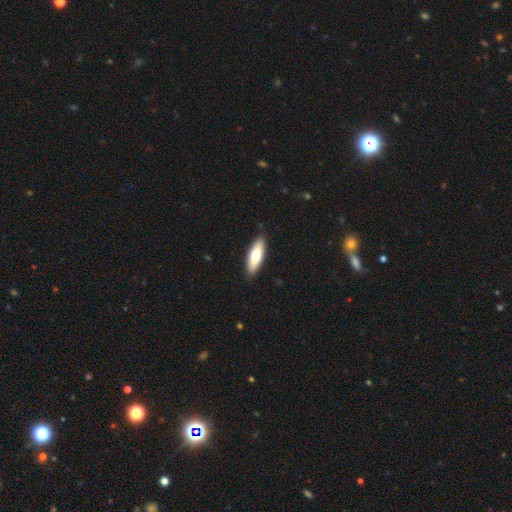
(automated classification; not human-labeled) Smooth or featured: smooth — 75% (featured or disk — 20%)
How rounded: in between — 61% (cigar-shaped — 37%)
Merging: none — 88% (minor disturbance — 9%)